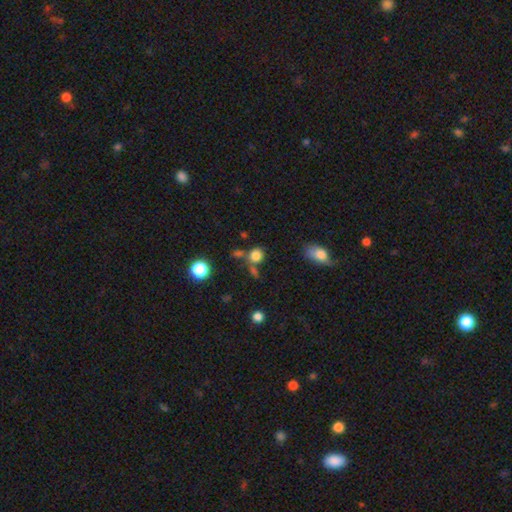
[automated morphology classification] This appears to be a smooth galaxy with no disk features (81%) that is round (80%). Merging: none (63%).